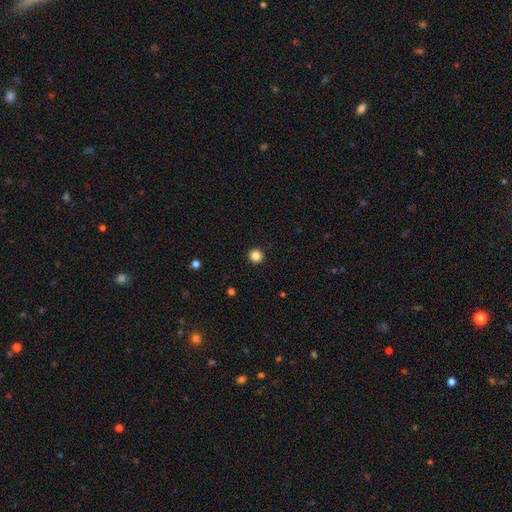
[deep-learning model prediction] This appears to be a smooth galaxy with no disk features (85%) that is round (95%). Merging: none (93%).